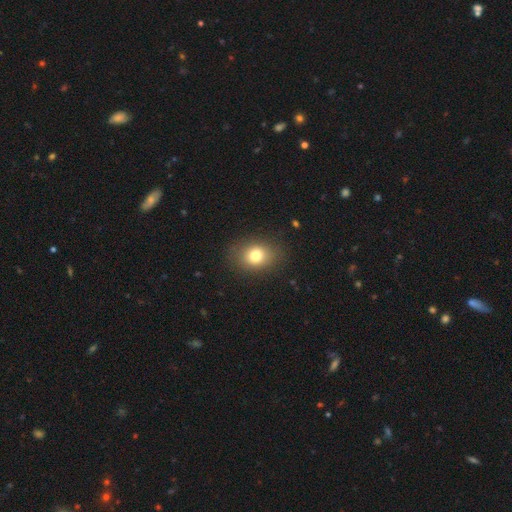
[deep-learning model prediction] This is likely a smooth galaxy (78%). How rounded: possibly in between (54%). Merging: clearly none (85%).